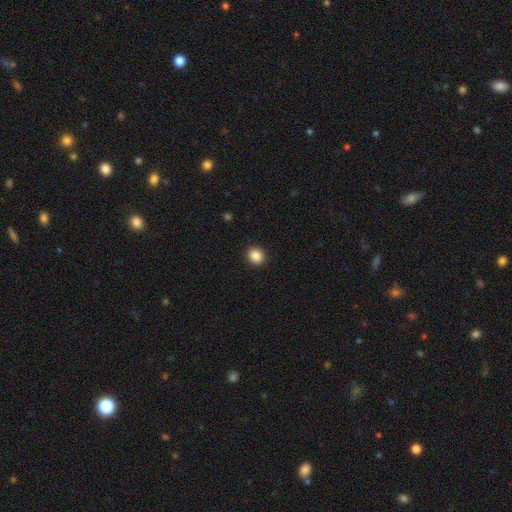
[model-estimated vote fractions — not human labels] Morphology: type=smooth (87%); roundness=round (84%); merging=none (92%).